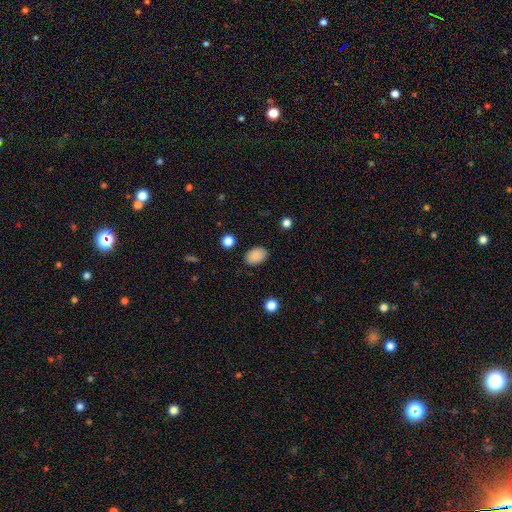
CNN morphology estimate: smooth-or-featured: smooth: 88% | star or artifact: 8% | featured or disk: 3%
  how-rounded: in between: 84% | round: 15% | cigar-shaped: 1%
  merging: none: 86% | minor disturbance: 10% | major disturbance: 3% | merger: 1%